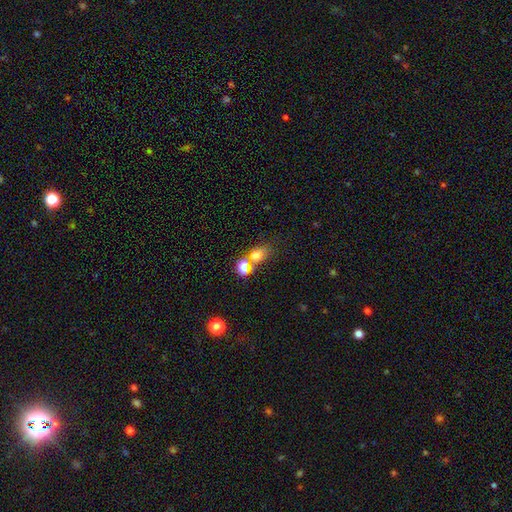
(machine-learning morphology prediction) smooth 68%, star or artifact 19%, featured or disk 13%. Down the decision tree: how rounded — in between (54%); merging — none (47%).